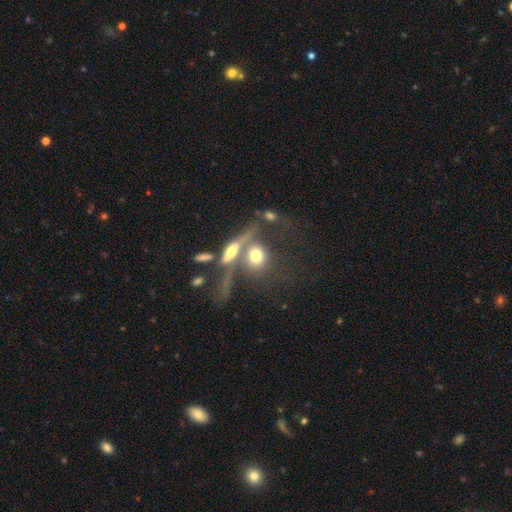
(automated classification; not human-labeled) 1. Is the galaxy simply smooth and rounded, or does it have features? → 60% smooth, 29% featured or disk, 11% star or artifact.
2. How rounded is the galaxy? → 57% round, 35% in between, 9% cigar-shaped.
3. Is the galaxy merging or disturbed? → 48% merger, 29% none, 13% major disturbance, 10% minor disturbance.